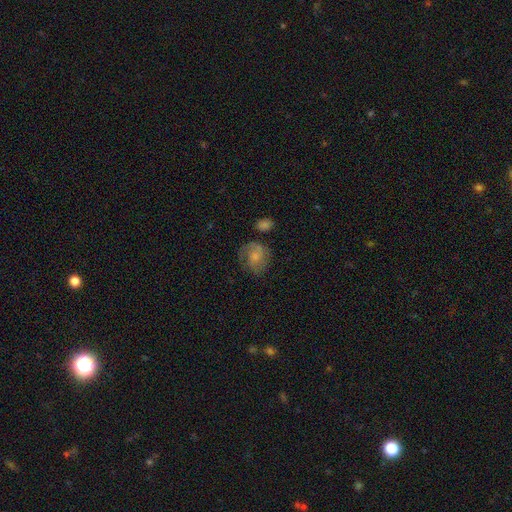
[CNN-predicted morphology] A smooth galaxy with no disk features (50%) that is round (69%).

Vote fractions:
- Smooth or featured? smooth: 50% / featured or disk: 42% / star or artifact: 8%
- How rounded? round: 69% / in between: 30% / cigar-shaped: 1%
- Merging? none: 56% / minor disturbance: 24% / major disturbance: 15% / merger: 5%